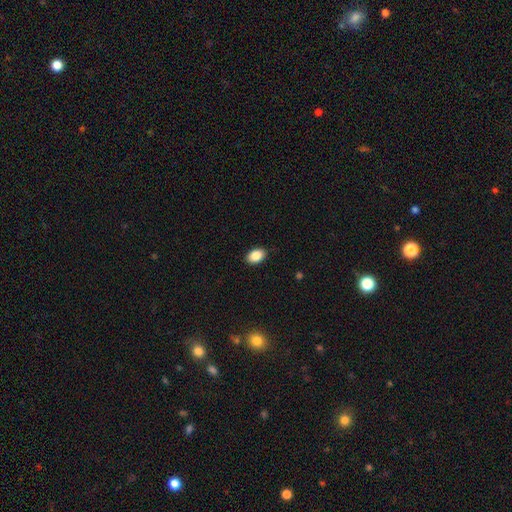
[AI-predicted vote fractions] A smooth galaxy with no disk features (87%) that is in between round and cigar-shaped (86%). Merging: none (89%).